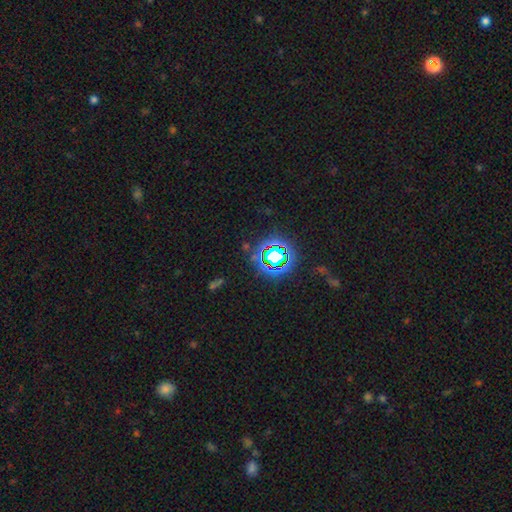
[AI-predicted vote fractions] This appears to be a star or artifact, not a galaxy (77%).